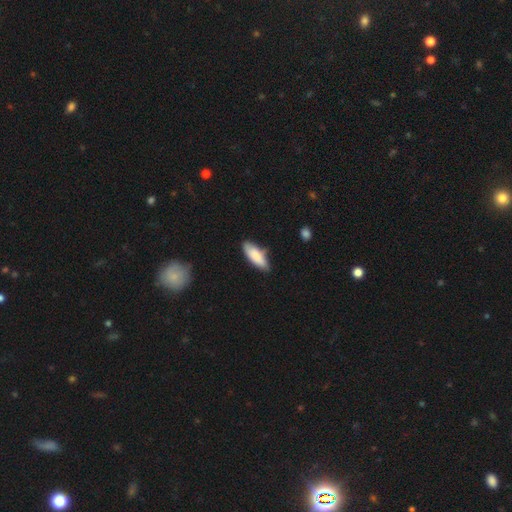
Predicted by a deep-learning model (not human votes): Q: Smooth or featured?
A: smooth (83%); runner-up: featured or disk (11%)
Q: How rounded?
A: in between (66%); runner-up: cigar-shaped (32%)
Q: Merging?
A: none (74%); runner-up: minor disturbance (20%)